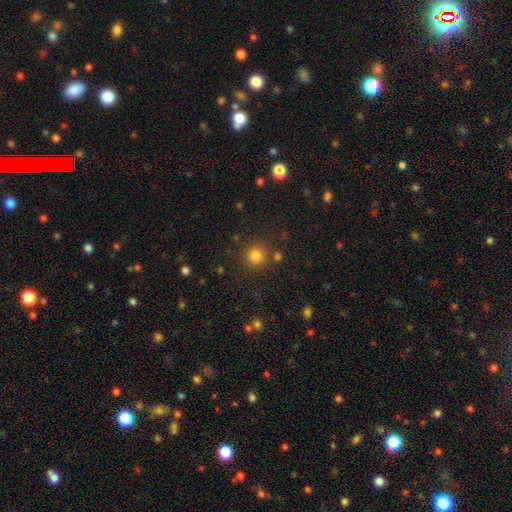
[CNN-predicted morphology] type=smooth (82%); roundness=round (94%); merging=none (84%).